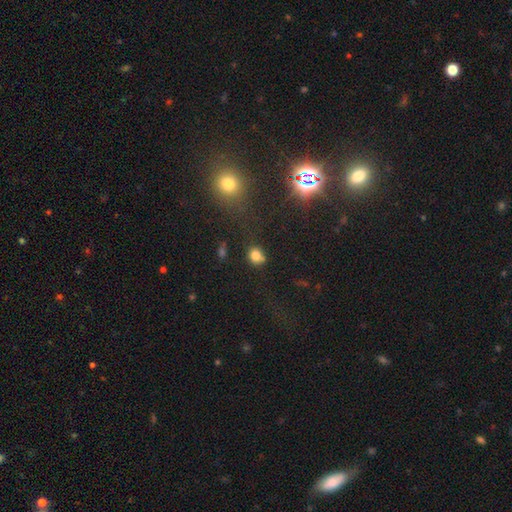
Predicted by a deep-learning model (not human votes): smooth_or_featured: smooth (p=0.77) [alt: star or artifact p=0.15]
how_rounded: round (p=0.70) [alt: in between p=0.29]
merging: none (p=0.61) [alt: minor disturbance p=0.17]